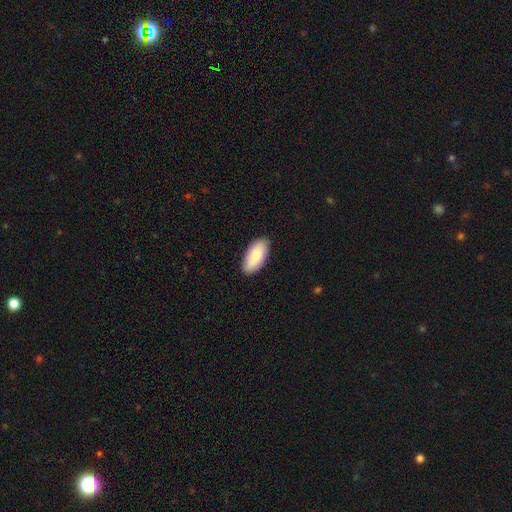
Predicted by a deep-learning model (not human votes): A smooth galaxy with no disk features (81%) that is in between round and cigar-shaped (93%). Merging: none (89%).